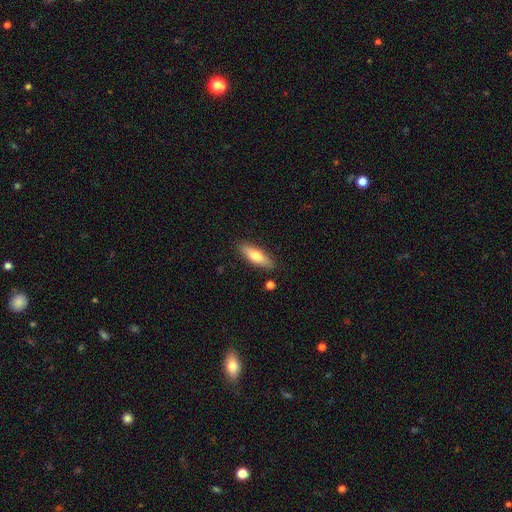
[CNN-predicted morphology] Q: Smooth or featured?
A: smooth (65%); runner-up: featured or disk (29%)
Q: How rounded?
A: in between (50%); runner-up: cigar-shaped (48%)
Q: Merging?
A: none (85%); runner-up: minor disturbance (11%)